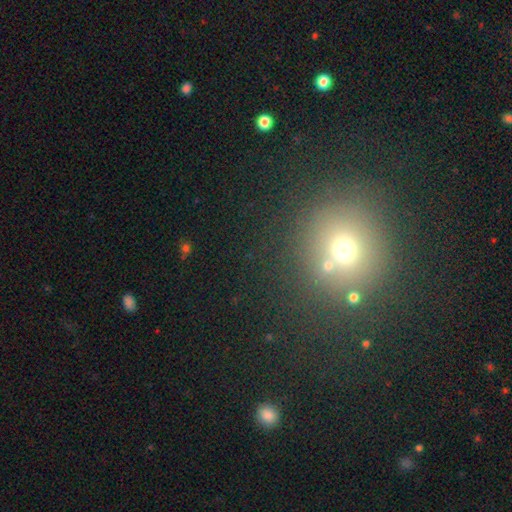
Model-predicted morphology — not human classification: smooth_or_featured: smooth (p=0.57) [alt: star or artifact p=0.31]
how_rounded: round (p=0.87) [alt: in between p=0.12]
merging: none (p=0.74) [alt: merger p=0.12]